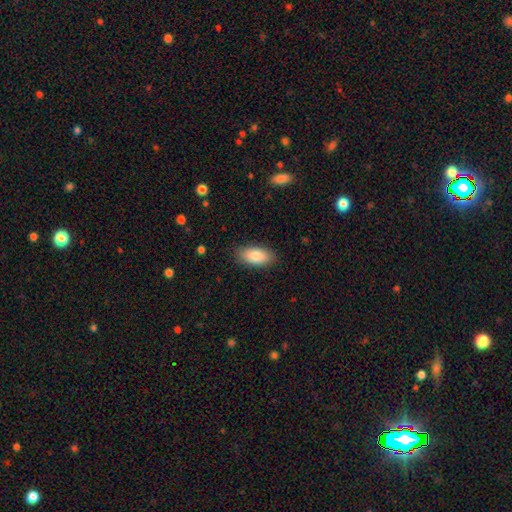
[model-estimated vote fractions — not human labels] smooth 85%, featured or disk 9%, star or artifact 6%. Down the decision tree: how rounded — in between (92%); merging — none (86%).